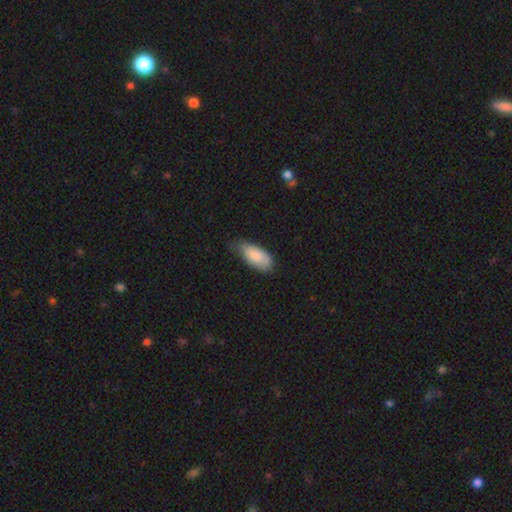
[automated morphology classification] Overall: smooth (85%). How rounded: in between (90%). Merging: none (52%; minor disturbance 39%).